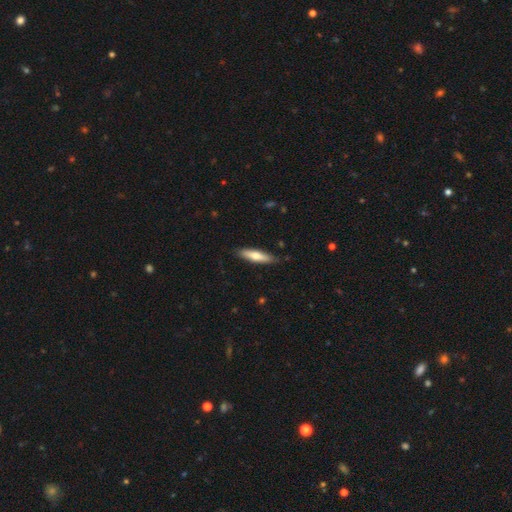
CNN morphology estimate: smooth 64%, featured or disk 31%, star or artifact 5%. Down the decision tree: how rounded — cigar-shaped (72%); merging — none (86%).